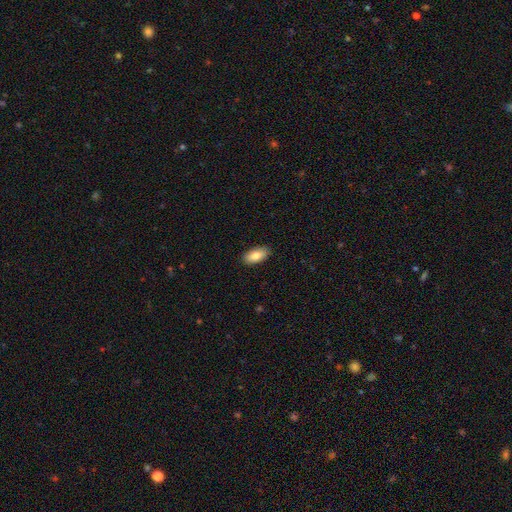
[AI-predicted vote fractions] Morphology: type=smooth (84%); roundness=in between (92%); merging=none (90%).